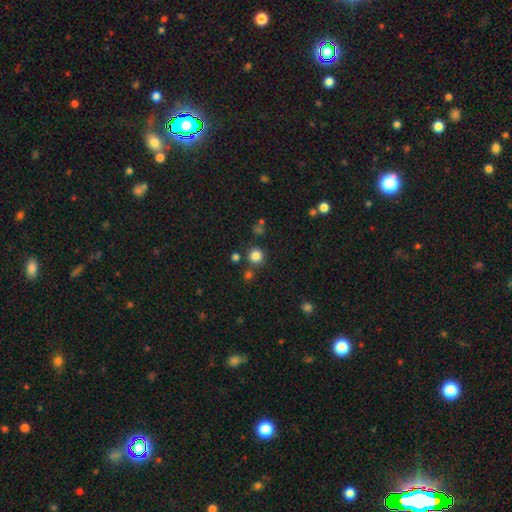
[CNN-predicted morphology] Smooth or featured?
  - smooth: 81% *
  - star or artifact: 14%
  - featured or disk: 5%
How rounded?
  - round: 94% *
  - in between: 5%
  - cigar-shaped: 1%
Merging?
  - none: 82% *
  - merger: 8%
  - minor disturbance: 7%
  - major disturbance: 3%